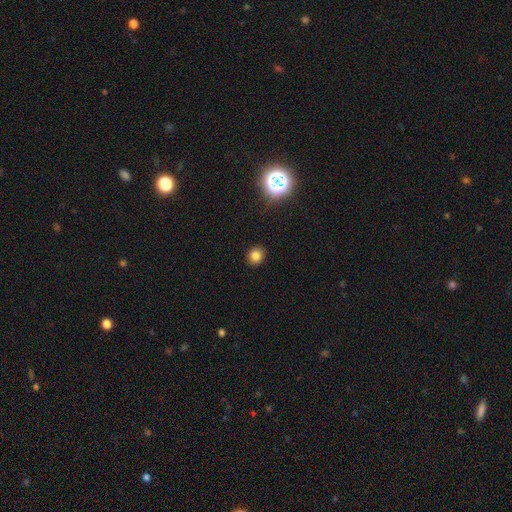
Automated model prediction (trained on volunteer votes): This appears to be a smooth galaxy with no disk features (80%) that is round (80%). Merging: none (91%).